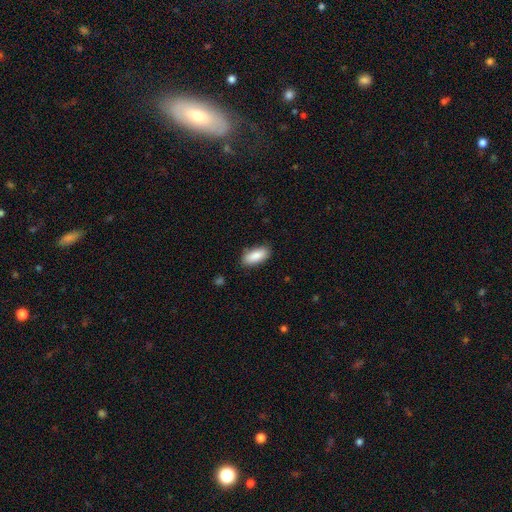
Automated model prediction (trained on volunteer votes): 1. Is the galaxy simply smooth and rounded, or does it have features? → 88% smooth, 6% star or artifact, 6% featured or disk.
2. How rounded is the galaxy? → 87% in between, 11% cigar-shaped, 2% round.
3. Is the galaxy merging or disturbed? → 85% none, 11% minor disturbance, 3% major disturbance, 1% merger.